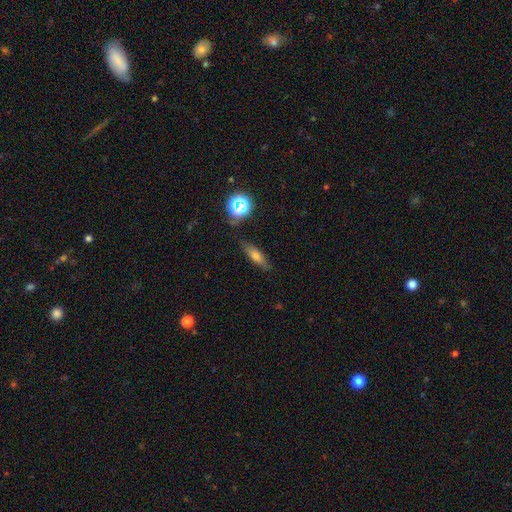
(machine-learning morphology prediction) This appears to be a smooth galaxy with no disk features (62%) that is cigar-shaped (54%). Merging: none (82%).